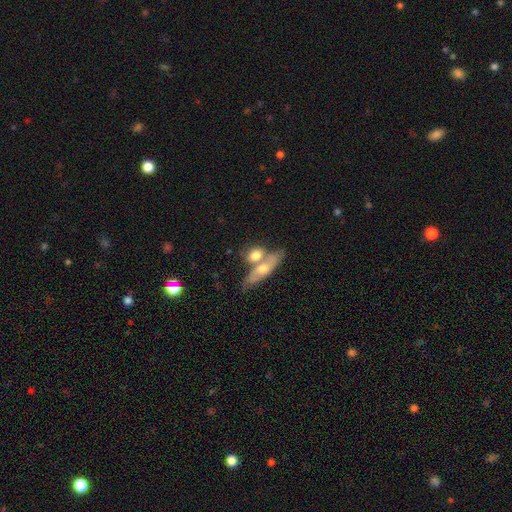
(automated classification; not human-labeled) smooth-or-featured: smooth: 65% | featured or disk: 28% | star or artifact: 6%
  how-rounded: in between: 55% | round: 23% | cigar-shaped: 22%
  merging: merger: 52% | none: 33% | minor disturbance: 10% | major disturbance: 5%